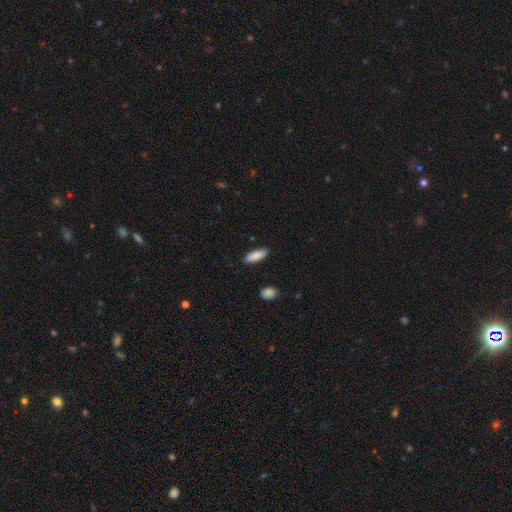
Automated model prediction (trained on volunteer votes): The model was most divided on "how rounded": in between: 59%, cigar-shaped: 39%, round: 2%. More confident: smooth or featured — smooth (88%); merging — none (87%).